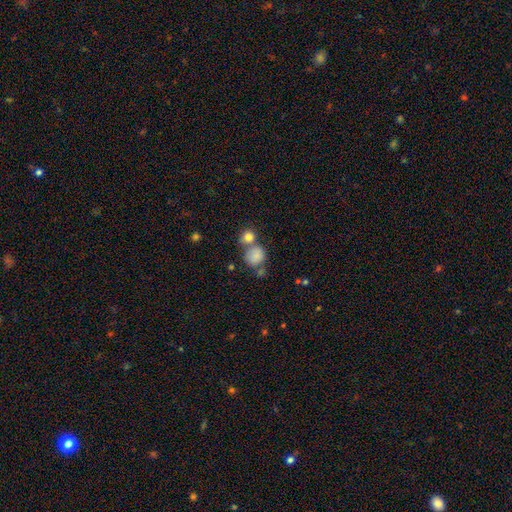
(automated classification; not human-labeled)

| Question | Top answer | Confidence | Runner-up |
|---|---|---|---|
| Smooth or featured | smooth | 82% | star or artifact (10%) |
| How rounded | round | 75% | in between (24%) |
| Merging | none | 44% | merger (34%) |